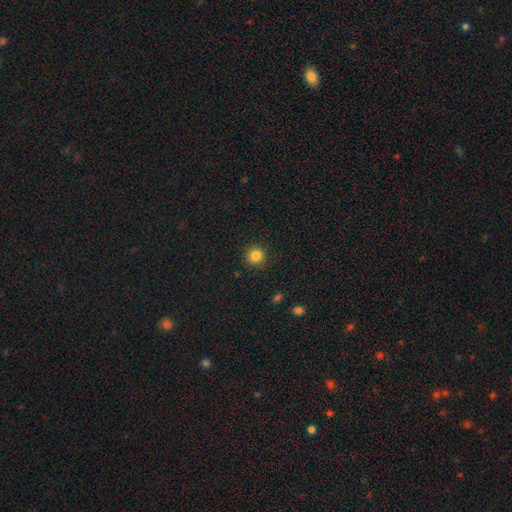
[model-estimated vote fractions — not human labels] Q: Smooth or featured?
A: smooth (84%); runner-up: star or artifact (11%)
Q: How rounded?
A: round (94%); runner-up: in between (5%)
Q: Merging?
A: none (91%); runner-up: minor disturbance (6%)